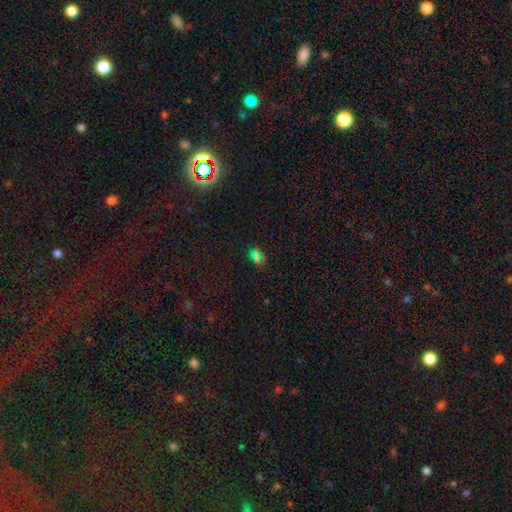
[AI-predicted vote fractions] smooth_or_featured: star or artifact (p=0.50) [alt: smooth p=0.40]